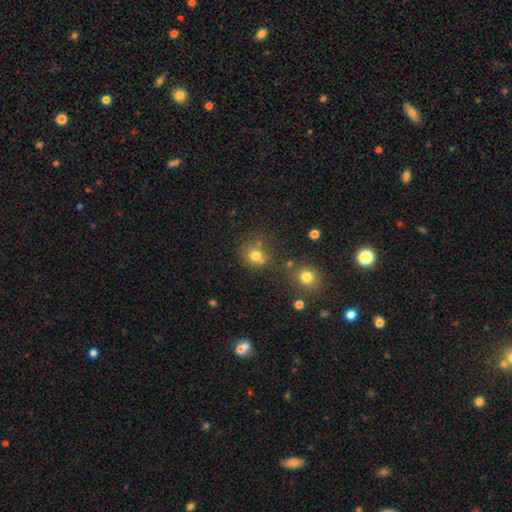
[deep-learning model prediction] smooth_or_featured: smooth (p=0.74) [alt: star or artifact p=0.16]
how_rounded: round (p=0.81) [alt: in between p=0.18]
merging: none (p=0.60) [alt: merger p=0.20]